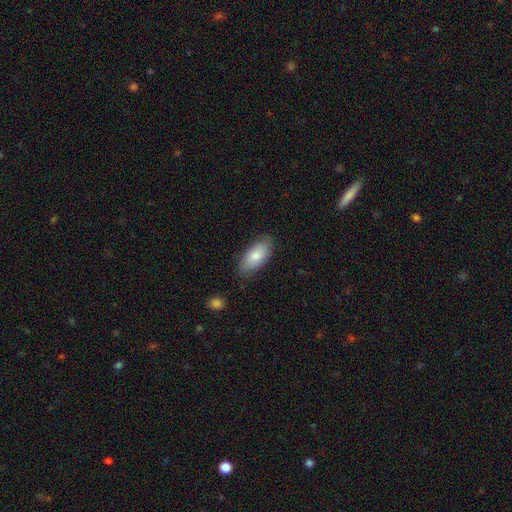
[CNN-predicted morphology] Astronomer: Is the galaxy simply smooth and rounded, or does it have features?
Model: smooth — 81%.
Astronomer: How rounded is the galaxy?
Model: in between — 91%.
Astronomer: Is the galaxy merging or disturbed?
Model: none — 81%.